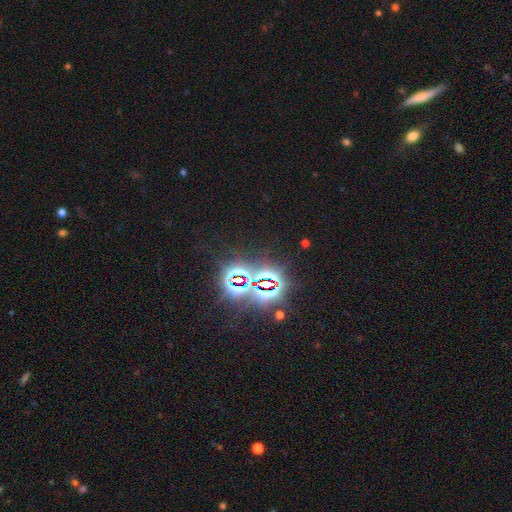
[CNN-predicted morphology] Smooth or featured? star or artifact (75%)